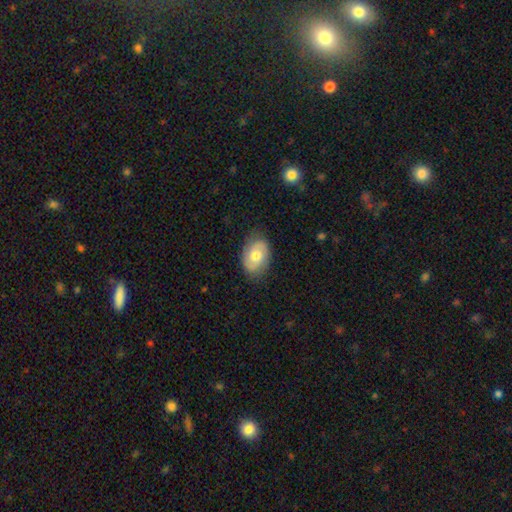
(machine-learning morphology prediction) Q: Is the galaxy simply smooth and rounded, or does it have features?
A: featured or disk — 48%.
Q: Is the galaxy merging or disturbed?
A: none — 79%.